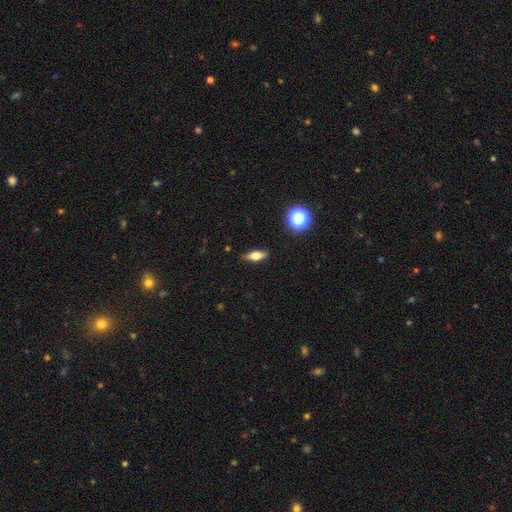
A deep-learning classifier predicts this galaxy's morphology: Smooth or featured?
  - smooth: 55% *
  - featured or disk: 34%
  - star or artifact: 10%
How rounded?
  - in between: 61% *
  - cigar-shaped: 32%
  - round: 7%
Merging?
  - none: 87% *
  - minor disturbance: 9%
  - major disturbance: 2%
  - merger: 1%